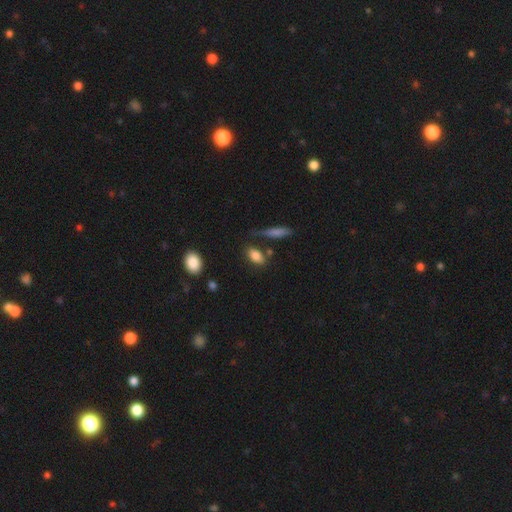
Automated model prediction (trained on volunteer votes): Smooth or featured? Predicted: smooth (p=0.83). How rounded? Predicted: in between (p=0.85). Merging? Predicted: none (p=0.70).